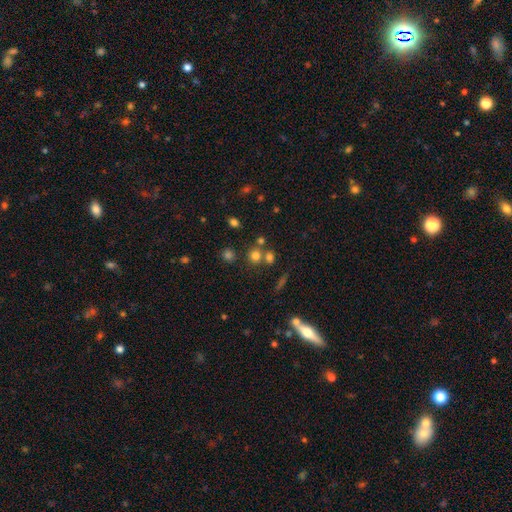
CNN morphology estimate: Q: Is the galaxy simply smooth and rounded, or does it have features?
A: smooth — 72%.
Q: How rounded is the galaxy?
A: round — 87%.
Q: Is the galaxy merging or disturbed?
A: none — 63%.